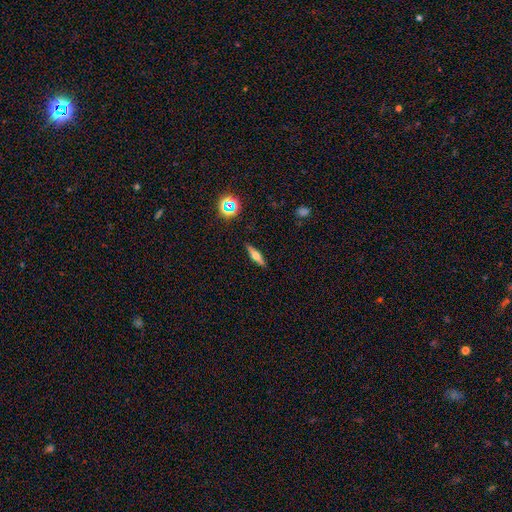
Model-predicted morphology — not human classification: type=featured or disk (53%); edge-on=yes (94%); merging=none (89%).